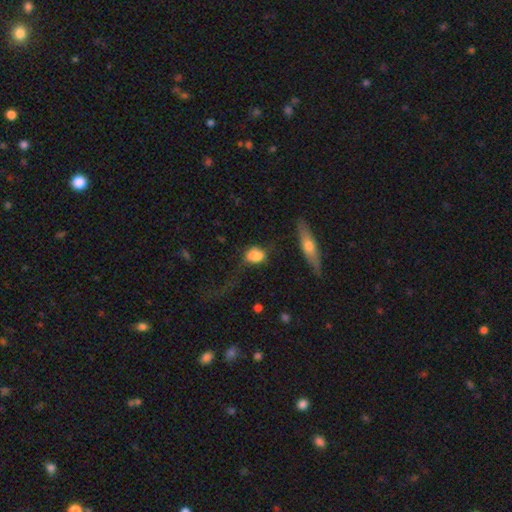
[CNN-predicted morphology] Overall: smooth (71%). How rounded: in between (57%; round 39%). Merging: none (34%; major disturbance 25%).